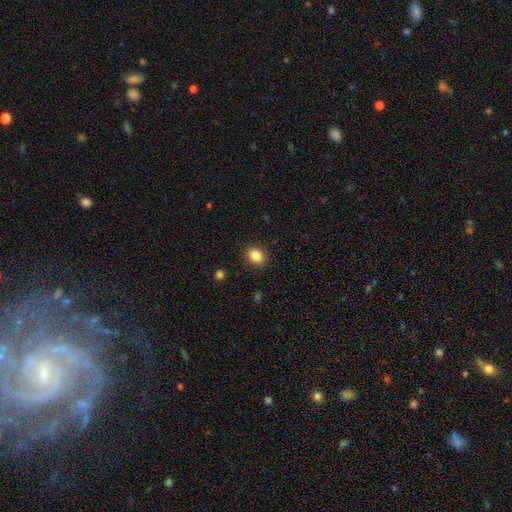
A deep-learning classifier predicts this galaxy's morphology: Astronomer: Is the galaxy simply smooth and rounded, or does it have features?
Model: smooth — 86%.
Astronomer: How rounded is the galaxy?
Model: in between — 50% (runner-up: round, 49%).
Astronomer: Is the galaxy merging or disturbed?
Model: none — 89%.